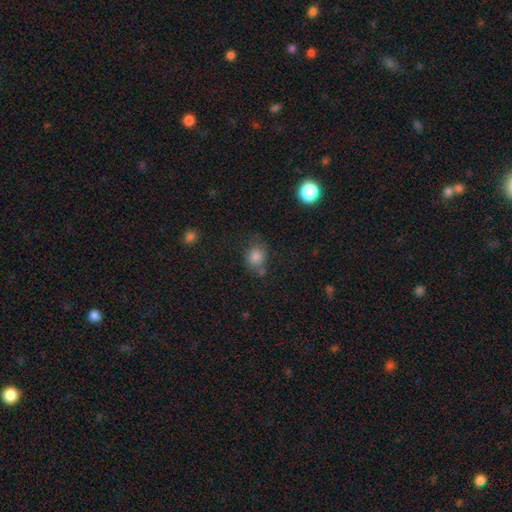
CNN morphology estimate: Overall: smooth (81%). How rounded: round (71%). Merging: none (60%).